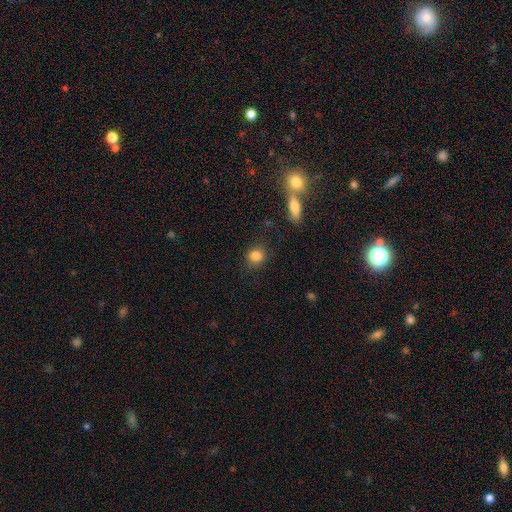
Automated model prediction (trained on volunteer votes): smooth_or_featured: smooth (p=0.84) [alt: star or artifact p=0.11]
how_rounded: round (p=0.73) [alt: in between p=0.25]
merging: none (p=0.83) [alt: minor disturbance p=0.11]